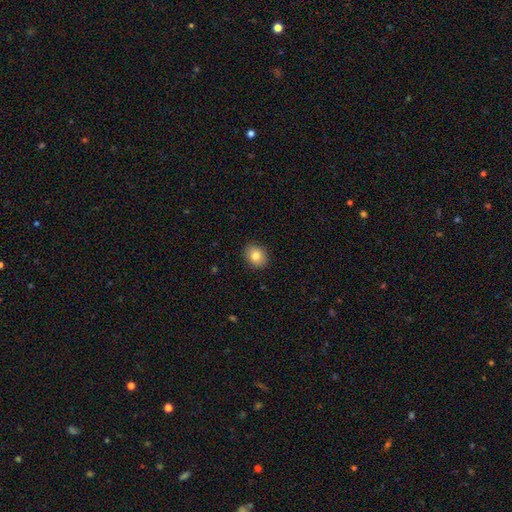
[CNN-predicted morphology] The model was most divided on "how rounded": round: 52%, in between: 47%, cigar-shaped: 1%. More confident: merging — none (90%); smooth or featured — smooth (83%).